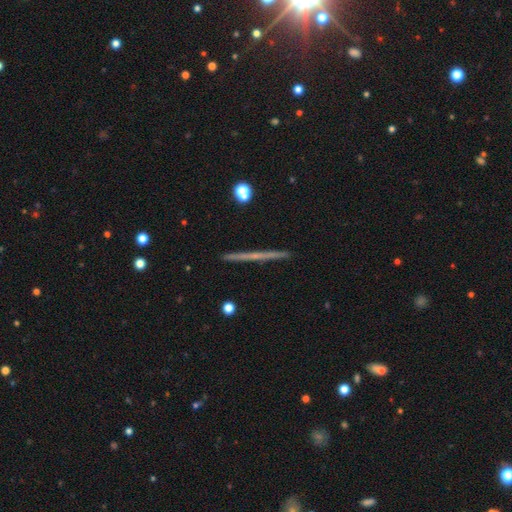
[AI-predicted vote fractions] Smooth or featured? featured or disk (61%)
Edge-on disk? yes (98%)
Edge-on bulge? none (81%)
Merging? none (92%)